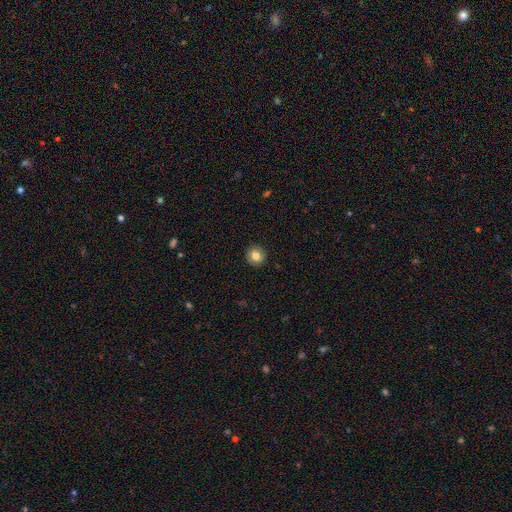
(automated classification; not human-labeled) This appears to be a smooth galaxy with no disk features (79%) that is round (88%). Merging: none (90%).